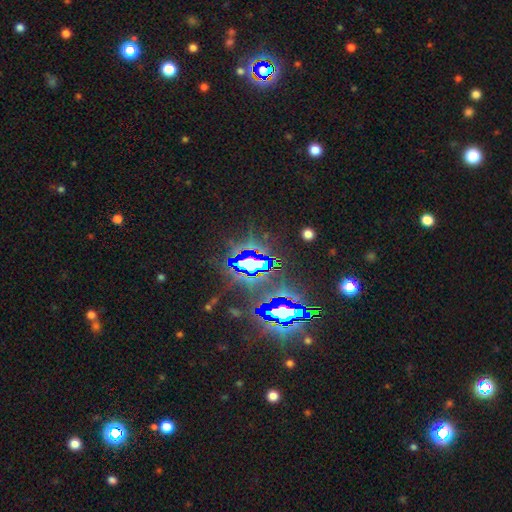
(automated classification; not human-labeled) Overall: star or artifact (85%).